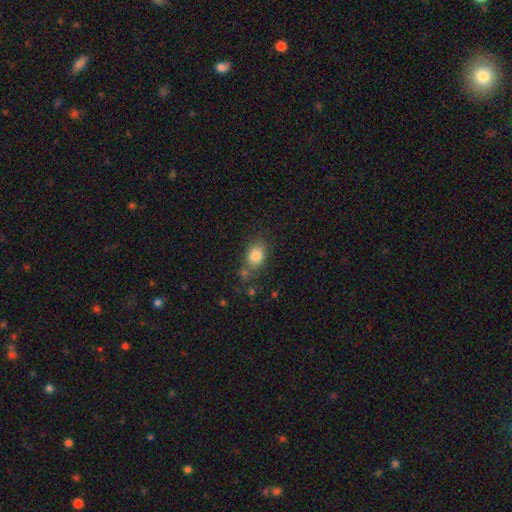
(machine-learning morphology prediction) The model was most divided on "how rounded": in between: 62%, round: 37%, cigar-shaped: 1%. More confident: smooth or featured — smooth (82%); merging — none (68%).